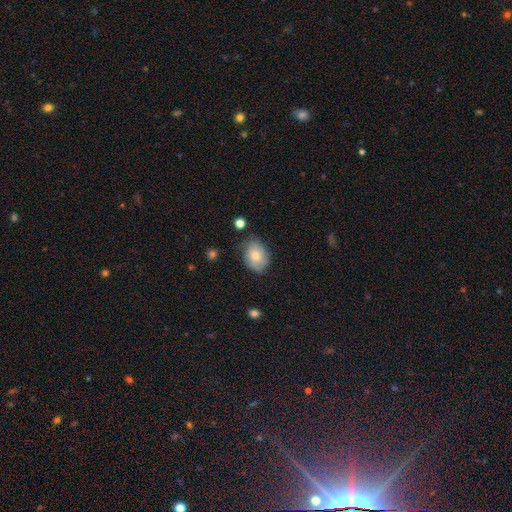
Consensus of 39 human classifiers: Morphology: type=smooth (82%); roundness=in between (75%); merging=none (82%).